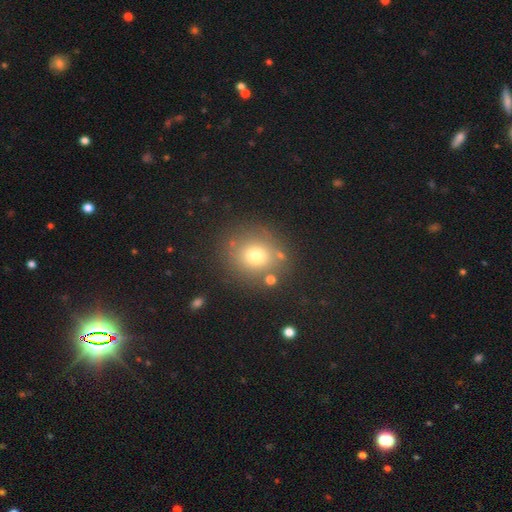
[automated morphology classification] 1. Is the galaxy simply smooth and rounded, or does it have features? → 69% smooth, 16% star or artifact, 14% featured or disk.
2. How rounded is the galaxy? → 78% round, 21% in between, 1% cigar-shaped.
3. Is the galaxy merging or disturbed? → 77% none, 12% minor disturbance, 6% merger, 5% major disturbance.